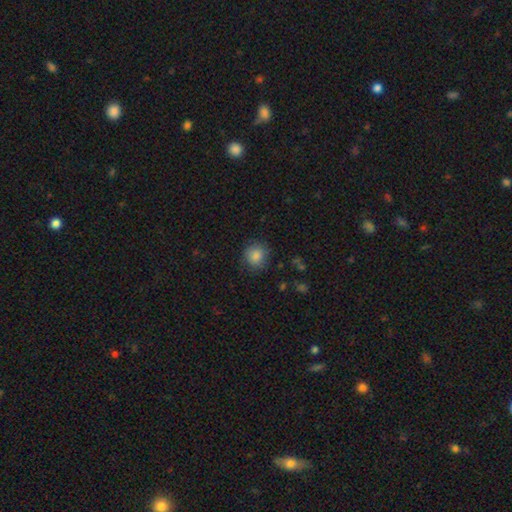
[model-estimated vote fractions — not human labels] A smooth galaxy with no disk features (85%) that is round (89%). Merging: none (83%).